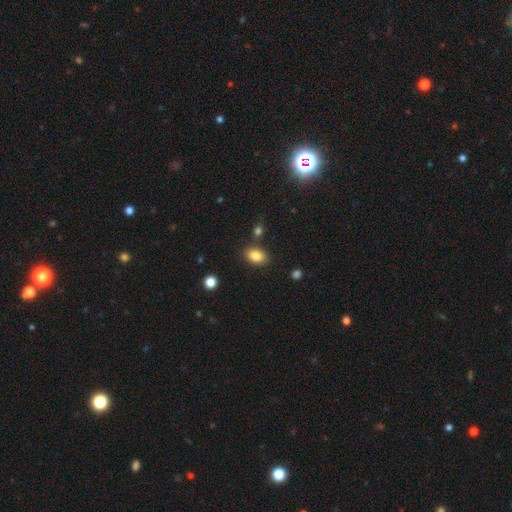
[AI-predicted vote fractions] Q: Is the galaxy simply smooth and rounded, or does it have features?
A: smooth — 85%.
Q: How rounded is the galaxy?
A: in between — 84%.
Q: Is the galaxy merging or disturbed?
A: none — 81%.